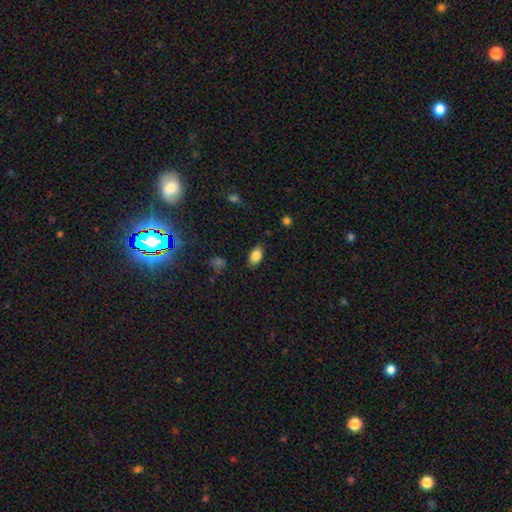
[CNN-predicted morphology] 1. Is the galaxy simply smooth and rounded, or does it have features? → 85% smooth, 8% star or artifact, 7% featured or disk.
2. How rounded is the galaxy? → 90% in between, 8% round, 2% cigar-shaped.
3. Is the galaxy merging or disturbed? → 83% none, 12% minor disturbance, 3% major disturbance, 1% merger.